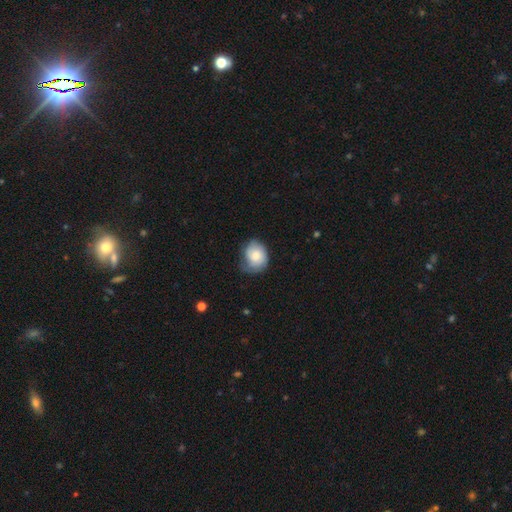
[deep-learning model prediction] Smooth or featured? Predicted: smooth (p=0.64). How rounded? Predicted: round (p=0.58). Merging? Predicted: none (p=0.50).